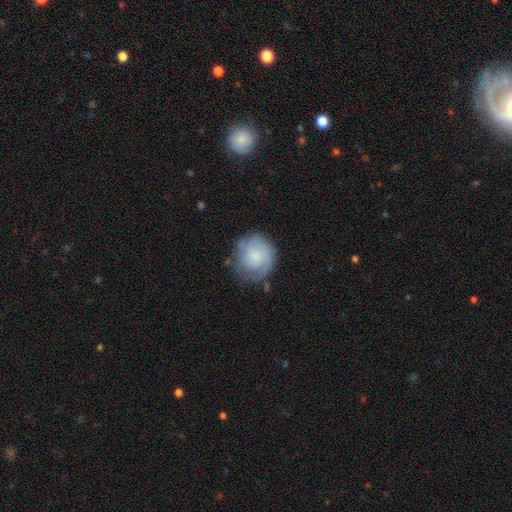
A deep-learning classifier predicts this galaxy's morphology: This is possibly a featured or disk galaxy (51%). It is clearly not viewed edge-on (98%). Merging: likely none (70%).